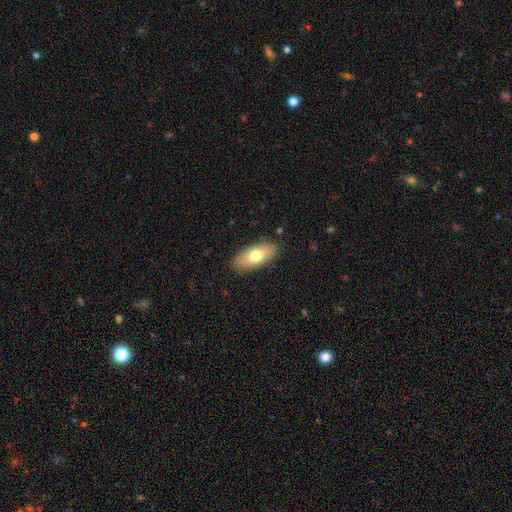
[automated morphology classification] A smooth galaxy with no disk features (73%) that is in between round and cigar-shaped (87%). Merging: none (87%).